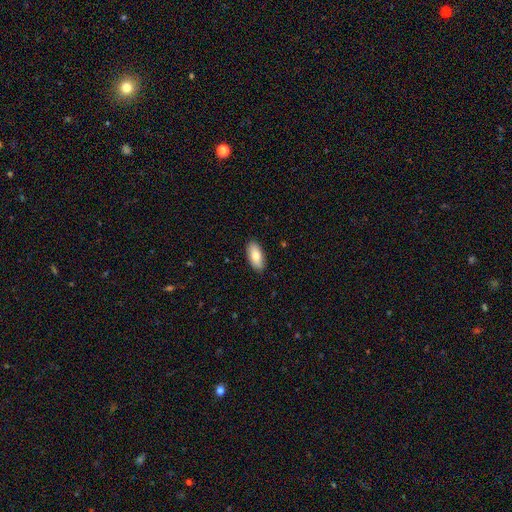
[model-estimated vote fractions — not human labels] Smooth or featured? Predicted: smooth (p=0.82). How rounded? Predicted: in between (p=0.89). Merging? Predicted: none (p=0.88).